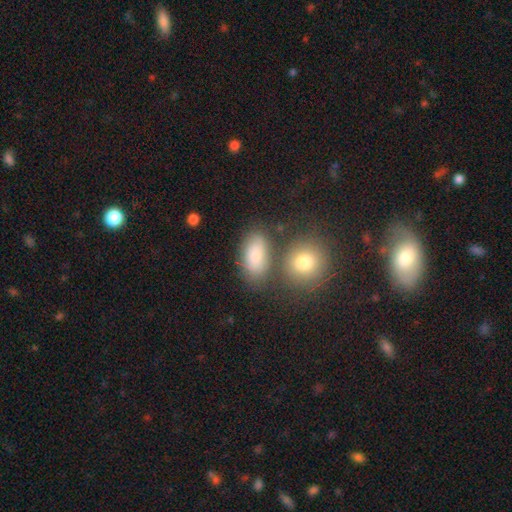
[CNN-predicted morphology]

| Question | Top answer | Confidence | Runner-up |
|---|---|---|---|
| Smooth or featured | smooth | 80% | featured or disk (12%) |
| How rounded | in between | 87% | round (10%) |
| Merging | none | 65% | minor disturbance (16%) |